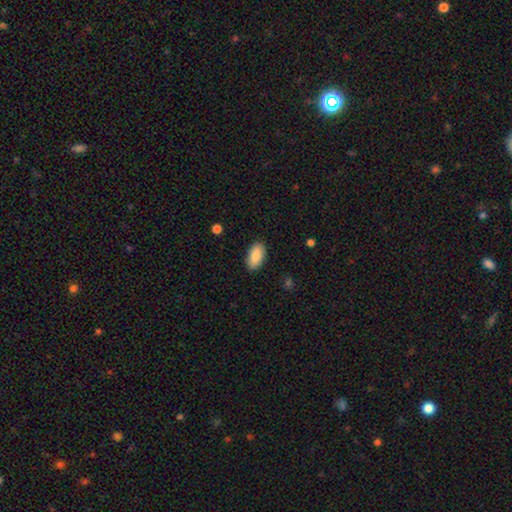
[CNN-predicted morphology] Smooth or featured? Predicted: smooth (p=0.87). How rounded? Predicted: in between (p=0.92). Merging? Predicted: none (p=0.88).